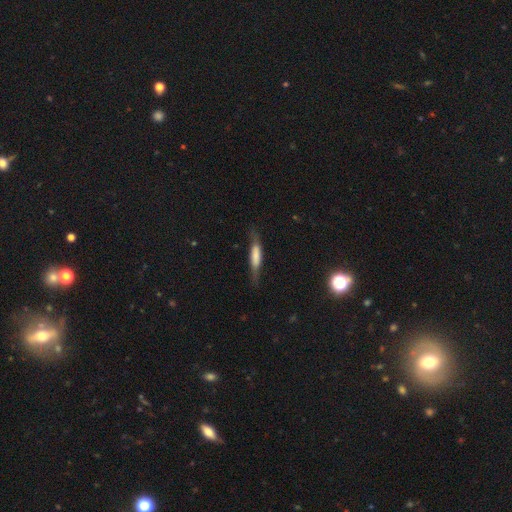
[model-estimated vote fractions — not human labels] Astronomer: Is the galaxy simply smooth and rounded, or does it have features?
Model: smooth — 54% (runner-up: featured or disk, 39%).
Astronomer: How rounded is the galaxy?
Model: cigar-shaped — 77%.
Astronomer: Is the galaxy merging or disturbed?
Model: none — 67%.